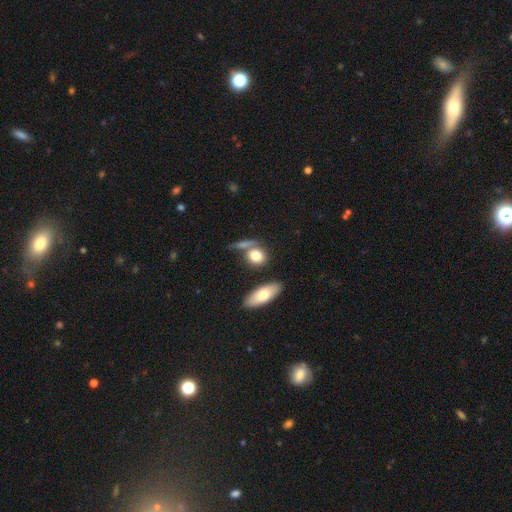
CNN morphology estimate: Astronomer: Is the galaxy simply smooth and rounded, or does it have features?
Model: smooth — 79%.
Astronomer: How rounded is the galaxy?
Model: round — 54% (runner-up: in between, 39%).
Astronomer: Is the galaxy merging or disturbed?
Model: none — 58%.